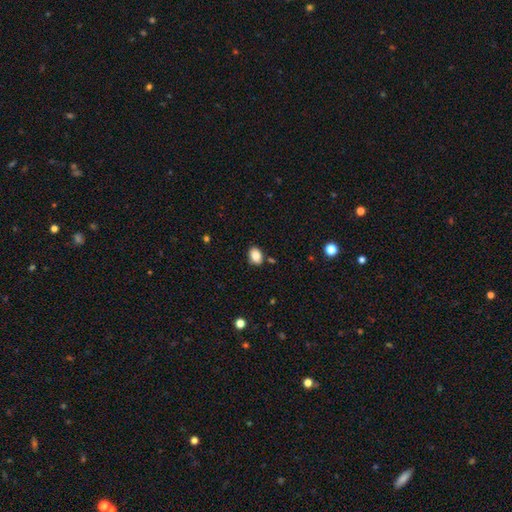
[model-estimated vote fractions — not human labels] This appears to be a smooth galaxy with no disk features (86%) that is in between round and cigar-shaped (75%). Merging: none (81%).